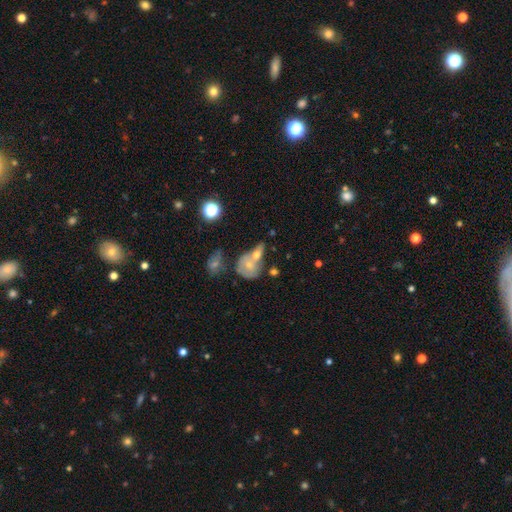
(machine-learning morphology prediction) type=smooth (45%); merging=merger (50%).